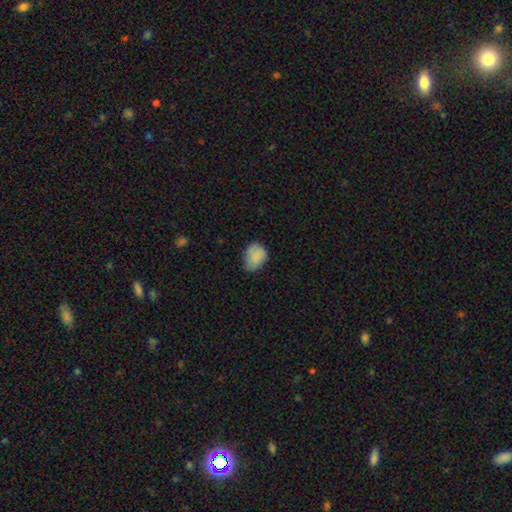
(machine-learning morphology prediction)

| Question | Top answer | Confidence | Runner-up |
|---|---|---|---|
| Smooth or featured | smooth | 84% | featured or disk (8%) |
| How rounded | in between | 61% | round (38%) |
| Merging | none | 53% | minor disturbance (38%) |